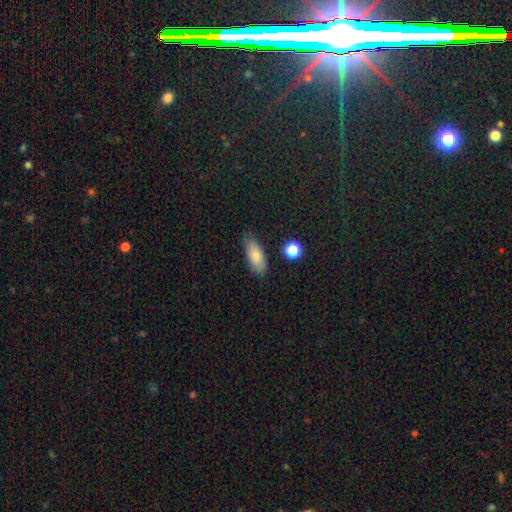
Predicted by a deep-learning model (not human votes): Smooth or featured: smooth — 80% (featured or disk — 13%)
How rounded: in between — 84% (cigar-shaped — 13%)
Merging: none — 77% (minor disturbance — 18%)